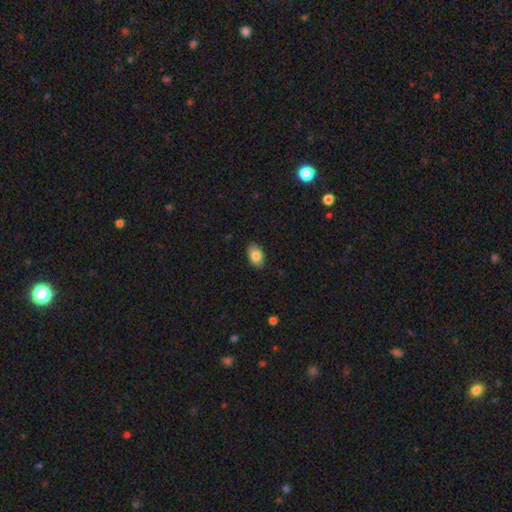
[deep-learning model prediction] Smooth or featured: smooth — 84% (featured or disk — 8%)
How rounded: in between — 90% (round — 9%)
Merging: none — 88% (minor disturbance — 9%)